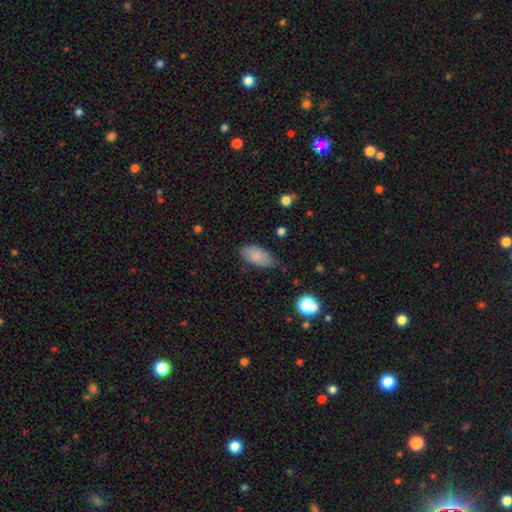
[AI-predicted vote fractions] smooth_or_featured: smooth (p=0.83) [alt: featured or disk p=0.10]
how_rounded: in between (p=0.92) [alt: cigar-shaped p=0.05]
merging: none (p=0.70) [alt: minor disturbance p=0.24]